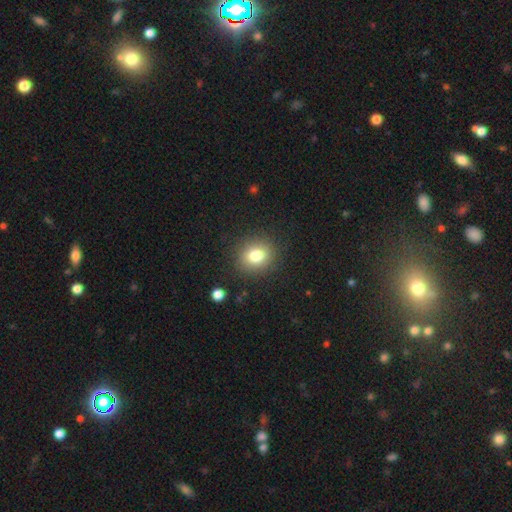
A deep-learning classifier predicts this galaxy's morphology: Smooth or featured? smooth (79%)
How rounded? round (72%)
Merging? none (88%)